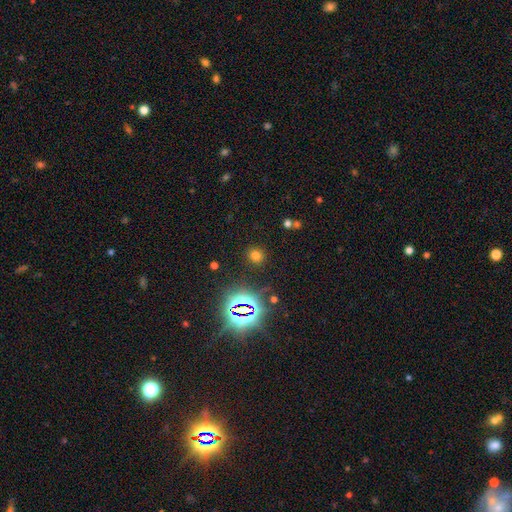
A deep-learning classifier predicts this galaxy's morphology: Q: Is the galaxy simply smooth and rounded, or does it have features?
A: smooth — 65%.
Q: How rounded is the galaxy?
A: round — 87%.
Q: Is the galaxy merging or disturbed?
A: none — 87%.